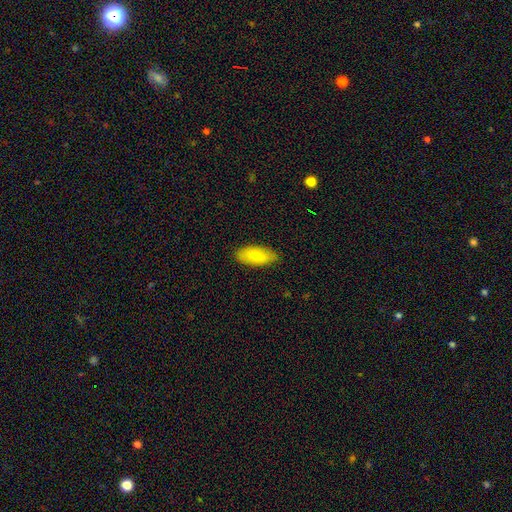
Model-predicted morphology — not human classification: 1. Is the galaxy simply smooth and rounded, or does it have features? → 78% smooth, 16% featured or disk, 6% star or artifact.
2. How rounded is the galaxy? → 87% in between, 11% cigar-shaped, 2% round.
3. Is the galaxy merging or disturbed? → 86% none, 11% minor disturbance, 2% major disturbance, 1% merger.